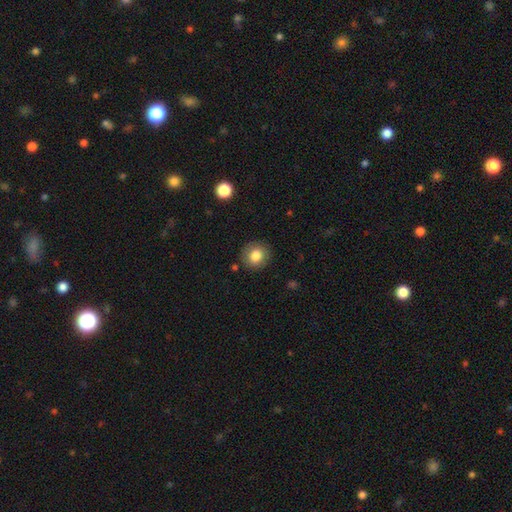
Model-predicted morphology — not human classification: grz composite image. It shows a smooth galaxy with no disk features (81%) that is round (86%). Merging: none (87%).